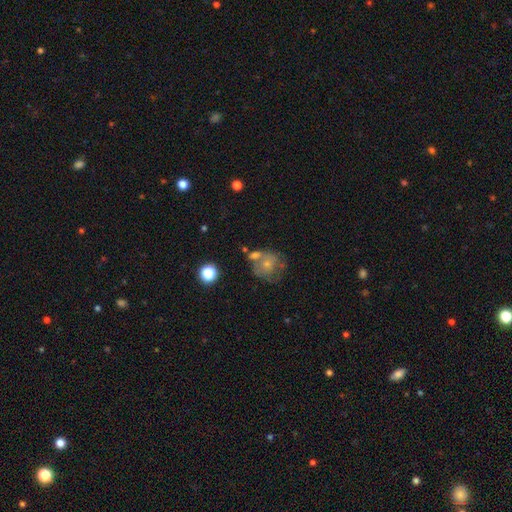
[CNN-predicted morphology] smooth-or-featured: smooth: 49% | featured or disk: 40% | star or artifact: 11%
  merging: none: 38% | merger: 27% | minor disturbance: 20% | major disturbance: 15%